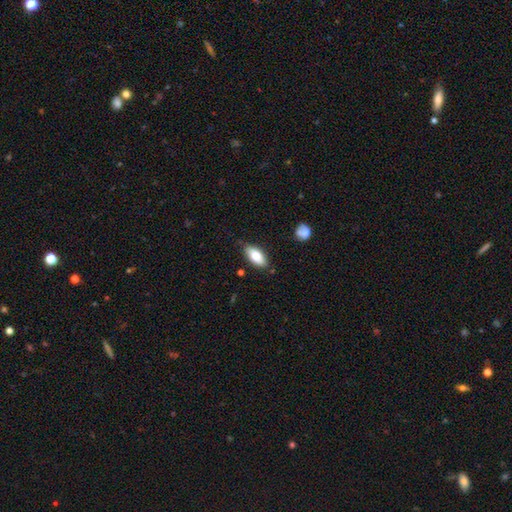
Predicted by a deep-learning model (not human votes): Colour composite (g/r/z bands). It shows a smooth galaxy with no disk features (77%) that is in between round and cigar-shaped (88%). Merging: none (77%).